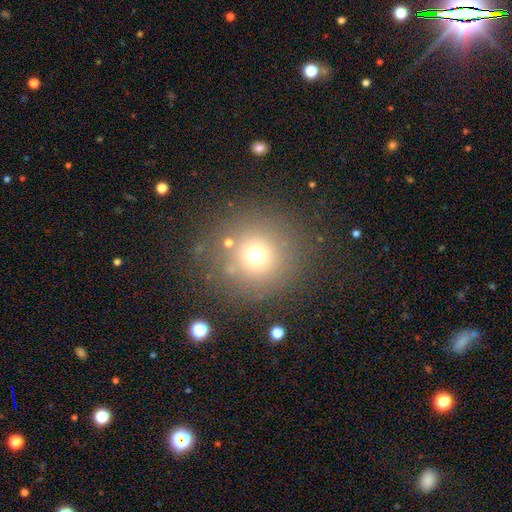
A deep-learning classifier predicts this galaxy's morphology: The model was most divided on "smooth or featured": smooth: 67%, star or artifact: 21%, featured or disk: 11%. More confident: how rounded — round (94%); merging — none (82%).